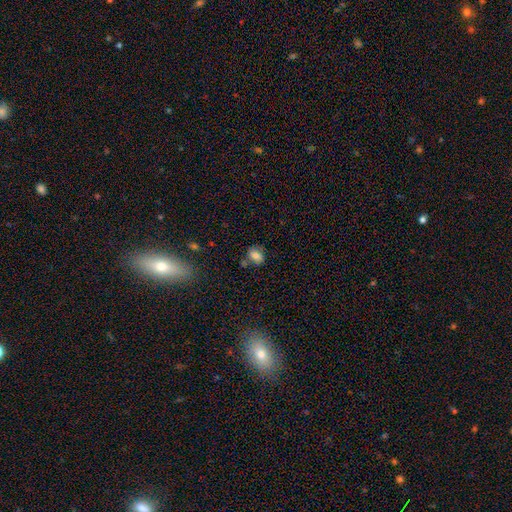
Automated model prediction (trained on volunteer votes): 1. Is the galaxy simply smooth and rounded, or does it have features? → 74% smooth, 15% featured or disk, 11% star or artifact.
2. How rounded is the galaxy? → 71% in between, 27% round, 2% cigar-shaped.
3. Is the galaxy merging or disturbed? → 60% none, 21% minor disturbance, 12% merger, 7% major disturbance.